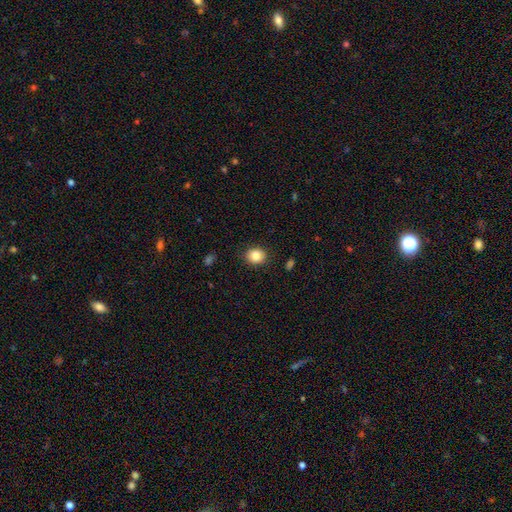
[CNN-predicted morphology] Smooth or featured: smooth — 84% (star or artifact — 10%)
How rounded: round — 70% (in between — 30%)
Merging: none — 89% (minor disturbance — 8%)